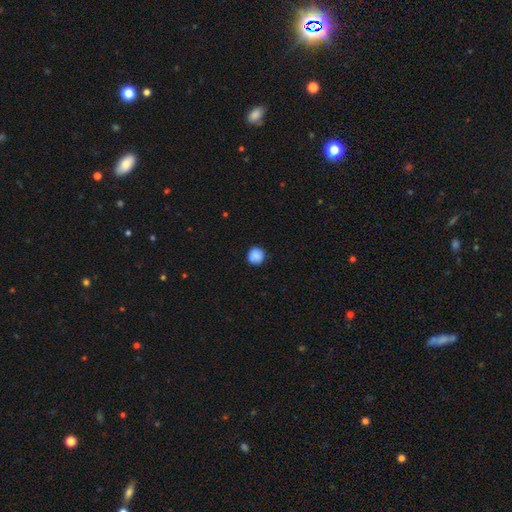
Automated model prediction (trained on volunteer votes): smooth_or_featured: smooth (p=0.88) [alt: star or artifact p=0.08]
how_rounded: round (p=0.92) [alt: in between p=0.07]
merging: none (p=0.86) [alt: minor disturbance p=0.11]